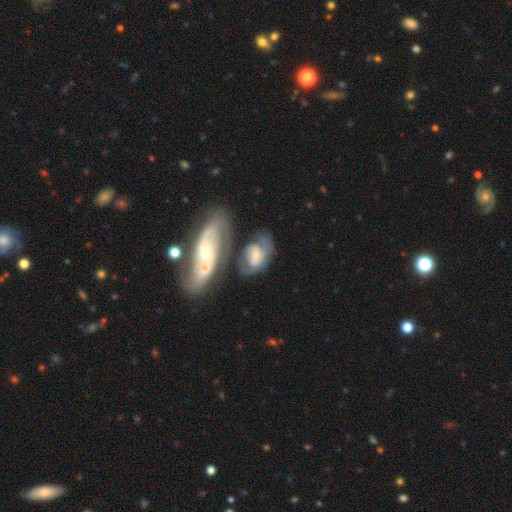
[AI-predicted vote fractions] Morphology: type=featured or disk (66%); edge-on=no (95%); bar=no (51%); spiral arms=yes (80%); winding=medium (45%); arm count=2 (57%); bulge=small (53%); merging=none (36%).